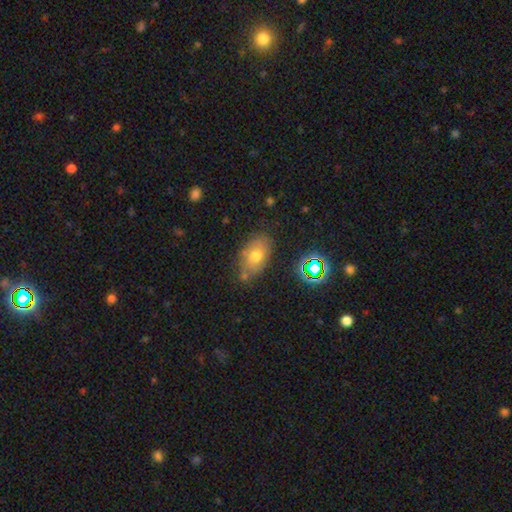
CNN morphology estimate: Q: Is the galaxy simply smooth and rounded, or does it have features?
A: smooth — 63%.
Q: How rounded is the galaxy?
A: in between — 85%.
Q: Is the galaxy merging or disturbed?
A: none — 70%.